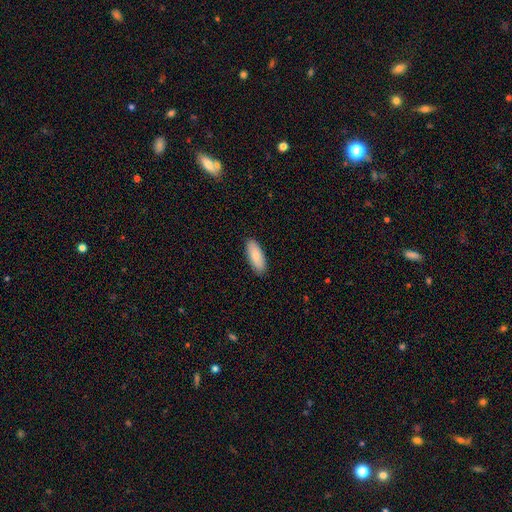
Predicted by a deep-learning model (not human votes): This is clearly a smooth galaxy (85%). How rounded: likely in between (77%). Merging: clearly none (89%).